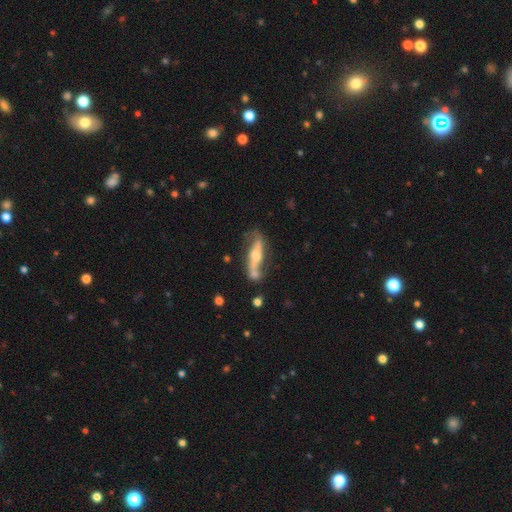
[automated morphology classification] Overall: featured or disk (77%). Edge-on disk: no (51%; yes 49%). Merging: none (59%; minor disturbance 20%).